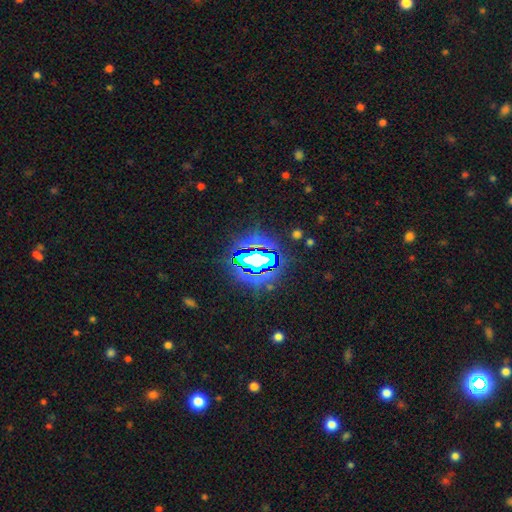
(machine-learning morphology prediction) Smooth or featured? Predicted: star or artifact (p=0.83).